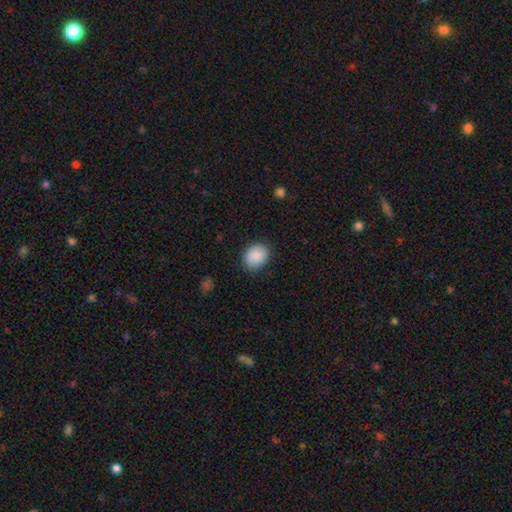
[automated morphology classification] Smooth or featured: smooth — 89% (star or artifact — 7%)
How rounded: round — 59% (in between — 40%)
Merging: none — 85% (minor disturbance — 11%)